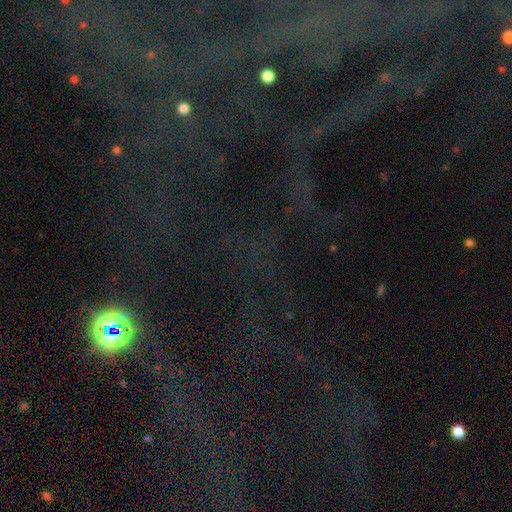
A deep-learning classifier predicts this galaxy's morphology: Smooth or featured? Predicted: star or artifact (p=0.76).